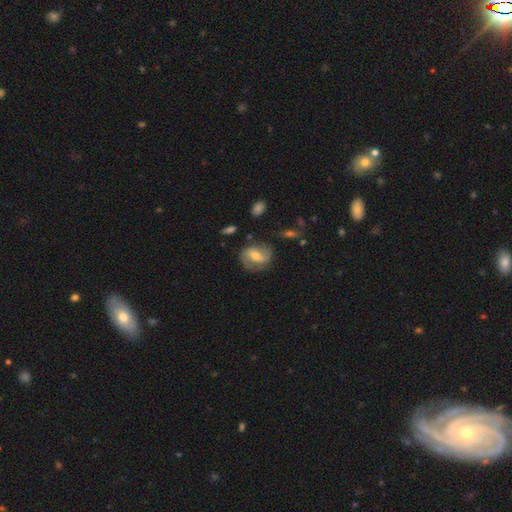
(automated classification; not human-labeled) featured or disk 66%, smooth 27%, star or artifact 7%. Down the decision tree: edge-on disk — no (96%); bar — weak (45%); spiral arms — yes (84%); spiral arm count — 2 (79%); spiral winding — medium (43%); bulge size — moderate (56%); merging — none (68%).